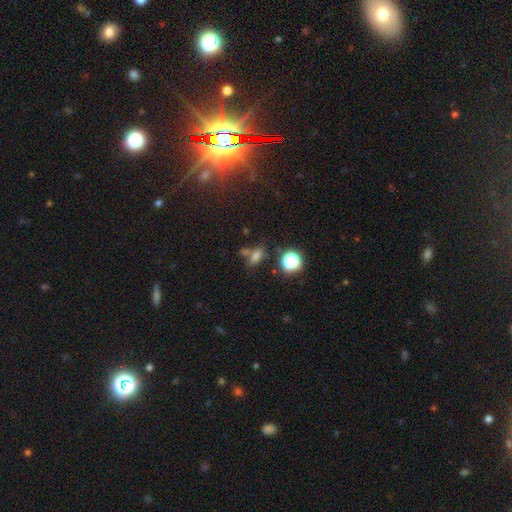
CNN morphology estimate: type=smooth (67%); roundness=in between (70%); merging=none (58%).